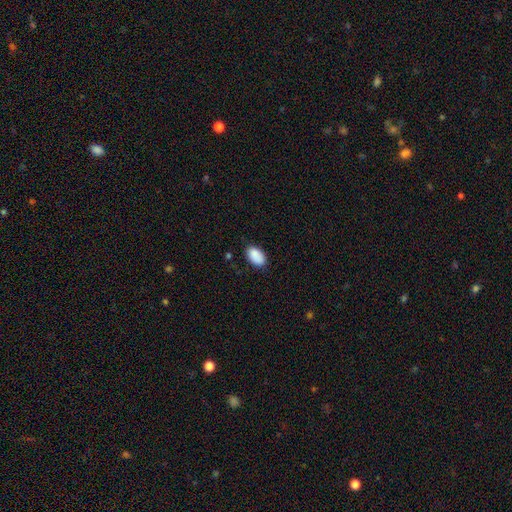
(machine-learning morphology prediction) Smooth or featured? Predicted: smooth (p=0.90). How rounded? Predicted: in between (p=0.93). Merging? Predicted: none (p=0.83).